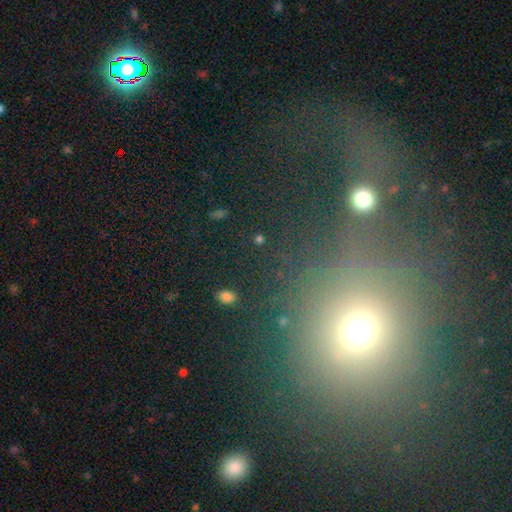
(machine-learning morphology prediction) Smooth or featured? smooth (48%)
Merging? none (49%)